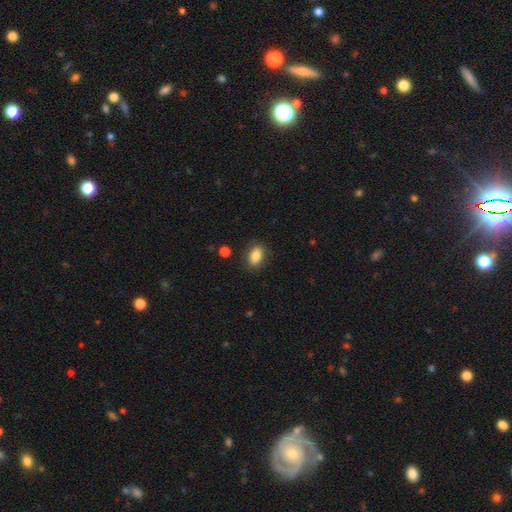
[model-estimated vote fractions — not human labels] The model was most divided on "how rounded": in between: 82%, round: 16%, cigar-shaped: 2%. More confident: smooth or featured — smooth (85%); merging — none (84%).